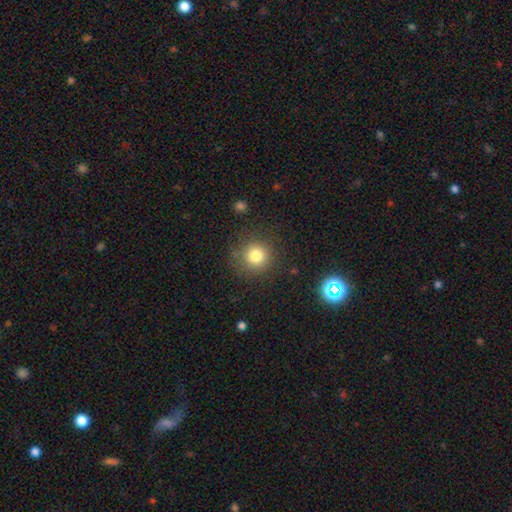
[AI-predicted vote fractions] Q: Smooth or featured?
A: smooth (79%); runner-up: star or artifact (13%)
Q: How rounded?
A: round (93%); runner-up: in between (6%)
Q: Merging?
A: none (85%); runner-up: minor disturbance (9%)